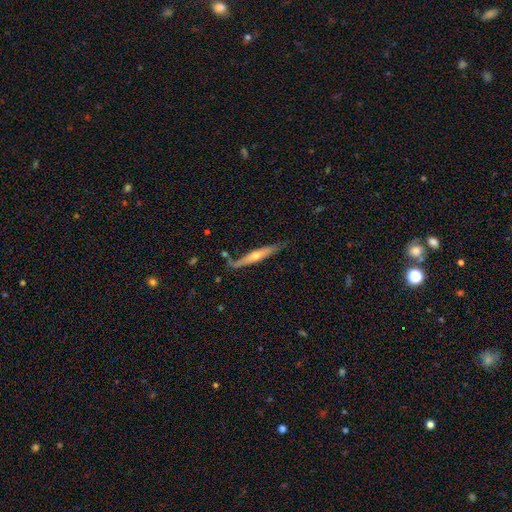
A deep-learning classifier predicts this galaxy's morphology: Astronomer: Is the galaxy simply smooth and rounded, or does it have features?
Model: featured or disk — 64%.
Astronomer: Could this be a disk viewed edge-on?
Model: yes — 93%.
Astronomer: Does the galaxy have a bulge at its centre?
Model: rounded — 82%.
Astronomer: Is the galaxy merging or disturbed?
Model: none — 75%.